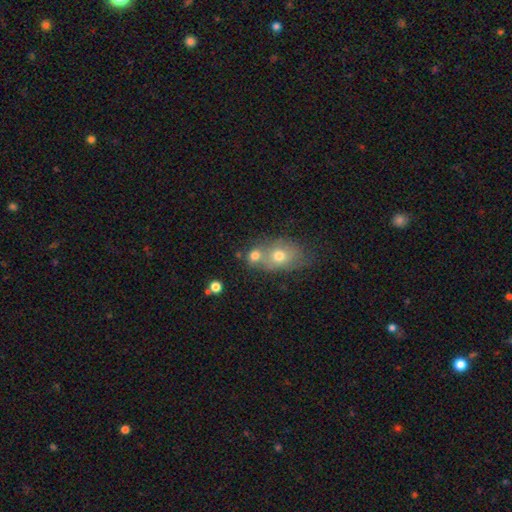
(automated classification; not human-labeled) Overall: smooth (68%). How rounded: round (49%, tied with in between). Merging: merger (48%; none 36%).